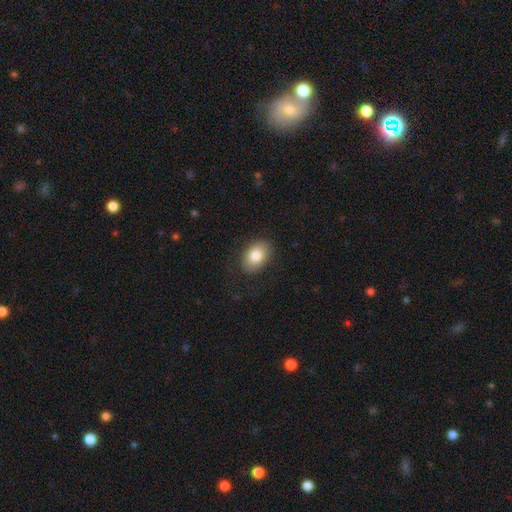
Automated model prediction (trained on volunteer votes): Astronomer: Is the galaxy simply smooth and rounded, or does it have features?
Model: smooth — 82%.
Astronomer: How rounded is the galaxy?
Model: in between — 85%.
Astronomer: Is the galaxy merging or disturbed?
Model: none — 86%.